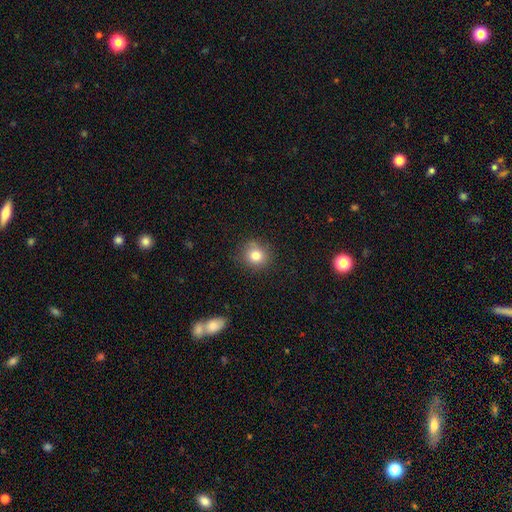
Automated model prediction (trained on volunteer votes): smooth-or-featured: smooth: 81% | star or artifact: 11% | featured or disk: 8%
  how-rounded: round: 86% | in between: 13% | cigar-shaped: 1%
  merging: none: 82% | minor disturbance: 13% | major disturbance: 3% | merger: 2%